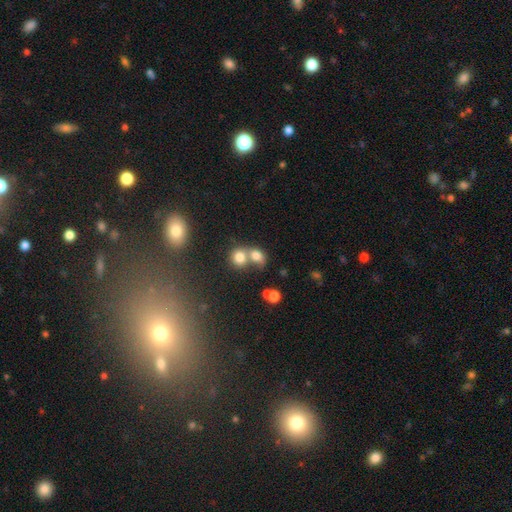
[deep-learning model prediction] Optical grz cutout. It shows a smooth galaxy with no disk features (75%) that is round (57%). Merging: merger (61%).